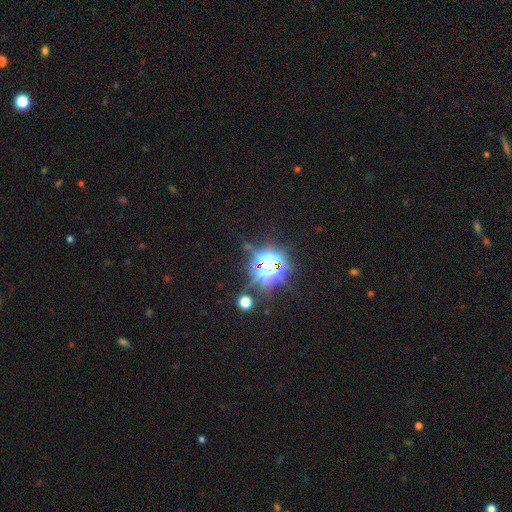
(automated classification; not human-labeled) Morphology: type=star or artifact (85%).